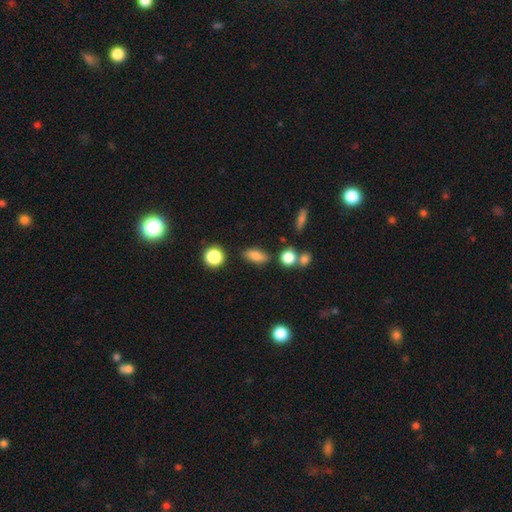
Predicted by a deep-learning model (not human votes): A smooth galaxy with no disk features (80%) that is in between round and cigar-shaped (73%). Merging: none (80%).